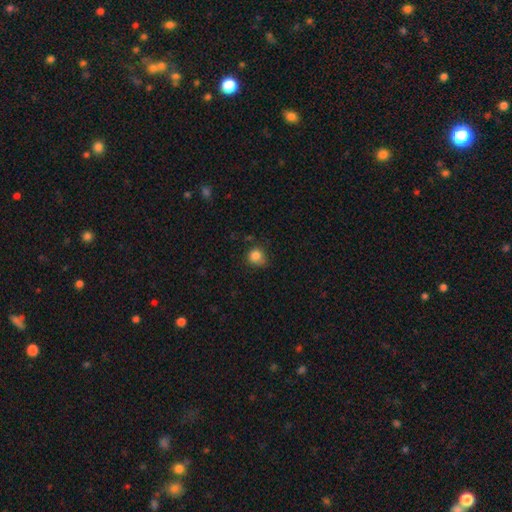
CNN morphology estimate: type=smooth (84%); roundness=round (80%); merging=none (62%).